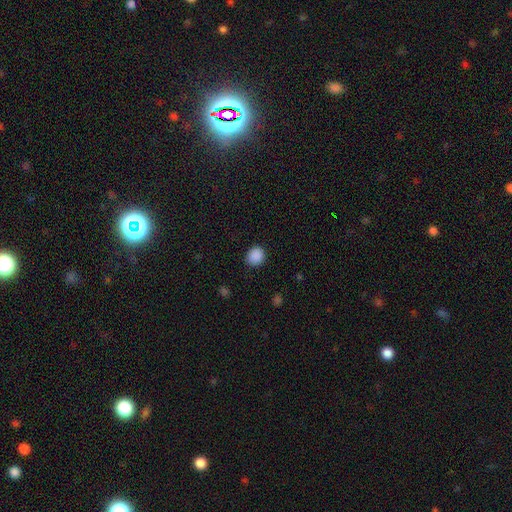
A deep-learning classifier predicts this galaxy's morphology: smooth-or-featured: smooth: 89% | star or artifact: 9% | featured or disk: 2%
  how-rounded: round: 77% | in between: 22% | cigar-shaped: 1%
  merging: none: 88% | minor disturbance: 9% | major disturbance: 3% | merger: 1%